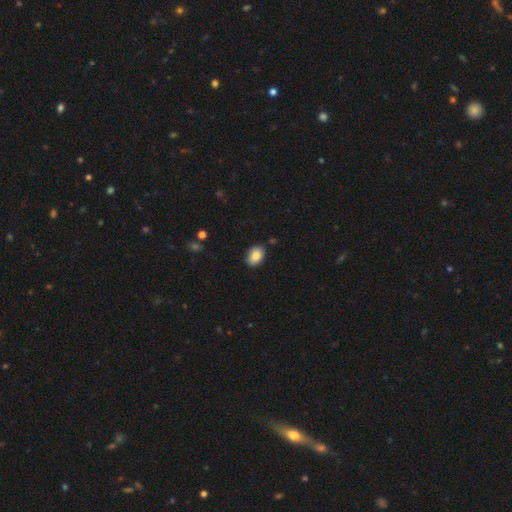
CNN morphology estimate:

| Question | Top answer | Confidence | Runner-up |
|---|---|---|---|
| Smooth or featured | smooth | 87% | star or artifact (7%) |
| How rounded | in between | 78% | round (21%) |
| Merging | none | 85% | minor disturbance (11%) |